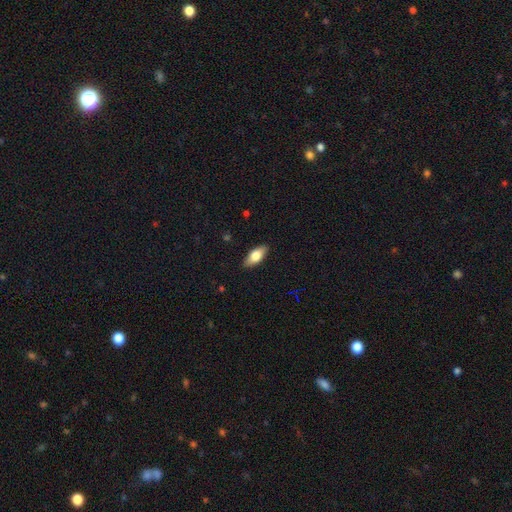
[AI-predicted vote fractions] Smooth or featured? Predicted: smooth (p=0.72). How rounded? Predicted: in between (p=0.84). Merging? Predicted: none (p=0.88).